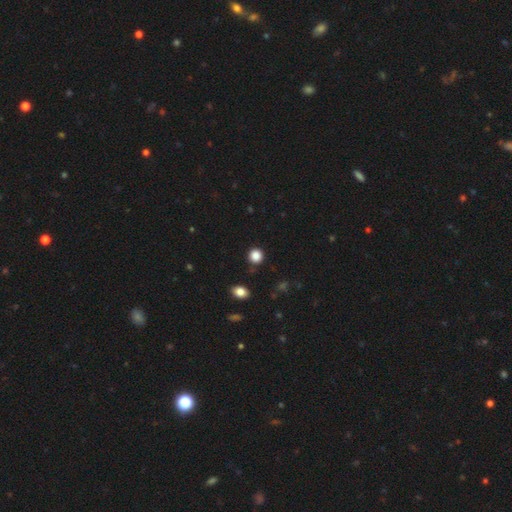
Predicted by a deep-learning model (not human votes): This appears to be a smooth galaxy with no disk features (86%) that is round (90%). Merging: none (88%).